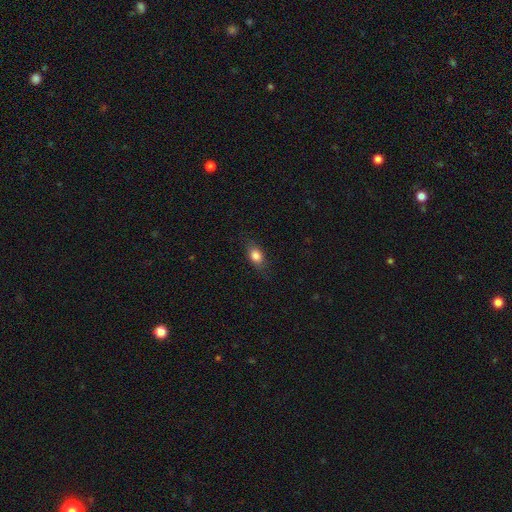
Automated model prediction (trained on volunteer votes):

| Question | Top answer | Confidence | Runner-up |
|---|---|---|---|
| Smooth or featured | smooth | 81% | featured or disk (10%) |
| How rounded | in between | 74% | round (20%) |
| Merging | none | 79% | minor disturbance (16%) |